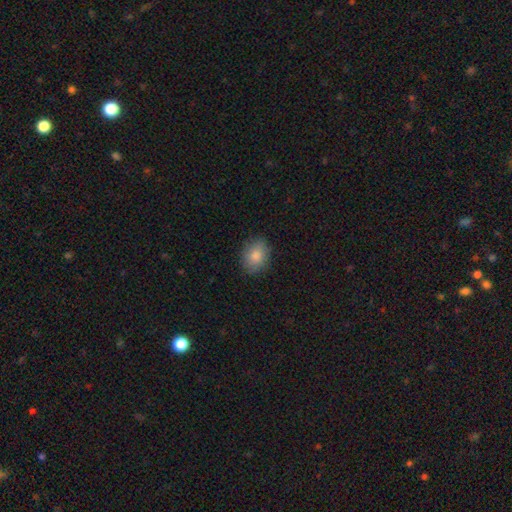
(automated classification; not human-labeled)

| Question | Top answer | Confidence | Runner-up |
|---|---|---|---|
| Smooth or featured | smooth | 85% | star or artifact (8%) |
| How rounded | in between | 59% | round (40%) |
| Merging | none | 85% | minor disturbance (12%) |